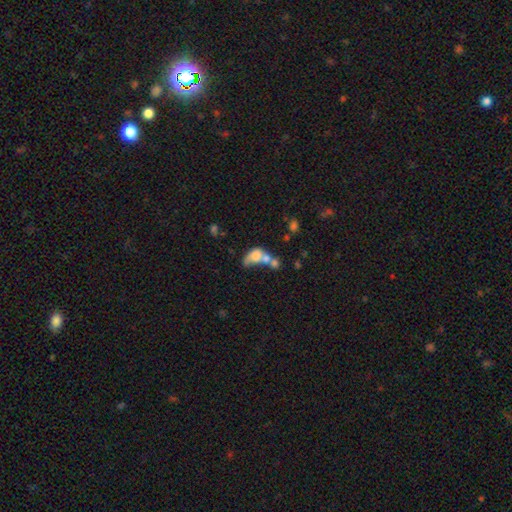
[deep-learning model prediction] Smooth or featured?
  - smooth: 60% *
  - featured or disk: 29%
  - star or artifact: 11%
How rounded?
  - in between: 74% *
  - round: 22%
  - cigar-shaped: 3%
Merging?
  - merger: 61% *
  - major disturbance: 16%
  - none: 14%
  - minor disturbance: 9%